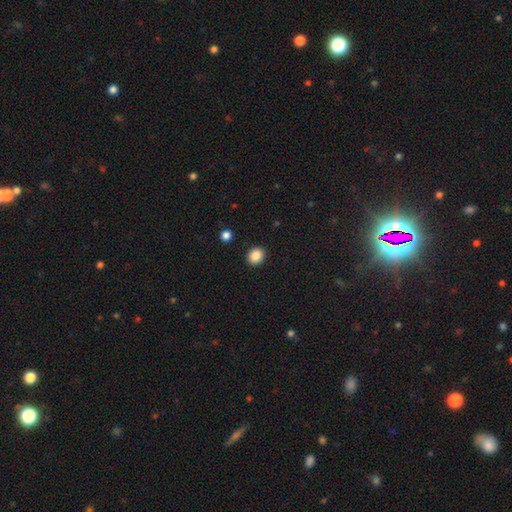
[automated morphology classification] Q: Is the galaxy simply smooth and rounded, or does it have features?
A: smooth — 87%.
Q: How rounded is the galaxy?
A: round — 74%.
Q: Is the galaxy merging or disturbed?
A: none — 91%.